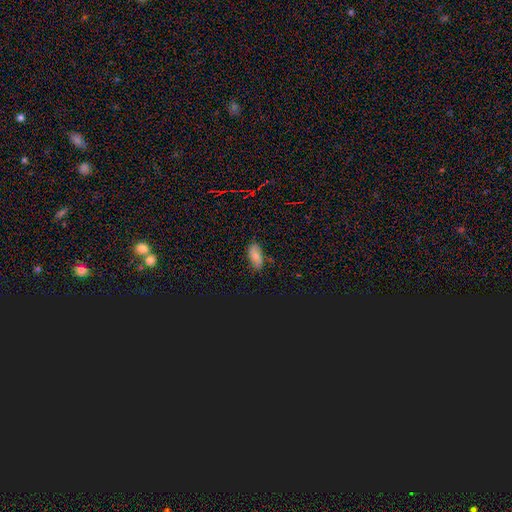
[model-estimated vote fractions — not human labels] This is likely a smooth galaxy (69%). How rounded: clearly in between (89%). Merging: likely none (74%).